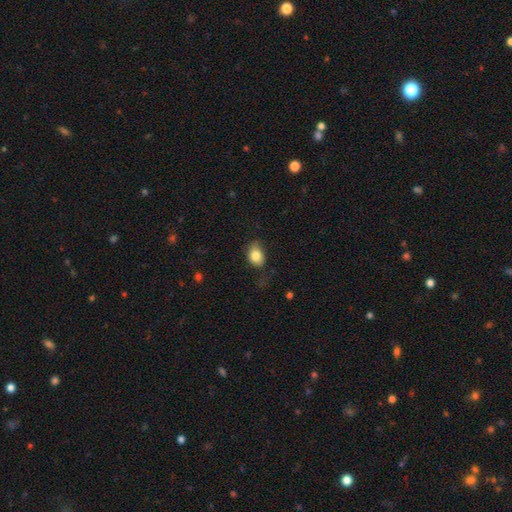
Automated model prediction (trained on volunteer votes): A smooth galaxy with no disk features (83%) that is in between round and cigar-shaped (73%). Merging: none (65%).